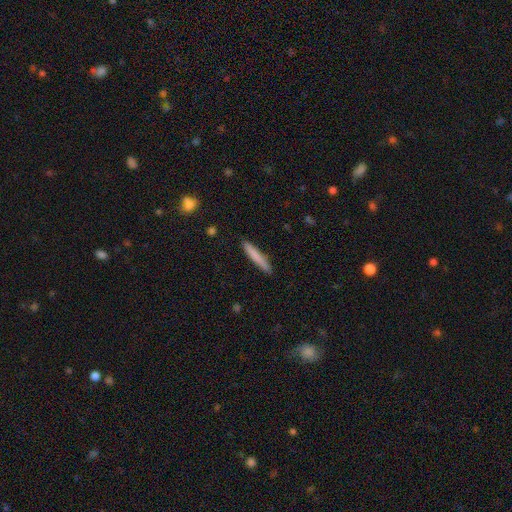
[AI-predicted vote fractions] A smooth galaxy with no disk features (79%) that is cigar-shaped (95%).

Vote fractions:
- Smooth or featured? smooth: 79% / featured or disk: 15% / star or artifact: 6%
- How rounded? cigar-shaped: 95% / in between: 4% / round: 1%
- Merging? none: 90% / minor disturbance: 7% / major disturbance: 1% / merger: 1%